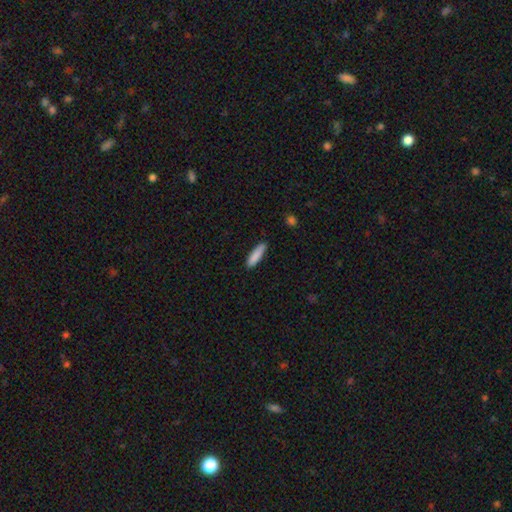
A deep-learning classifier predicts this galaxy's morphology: A smooth galaxy with no disk features (87%) that is cigar-shaped (73%). Merging: none (86%).